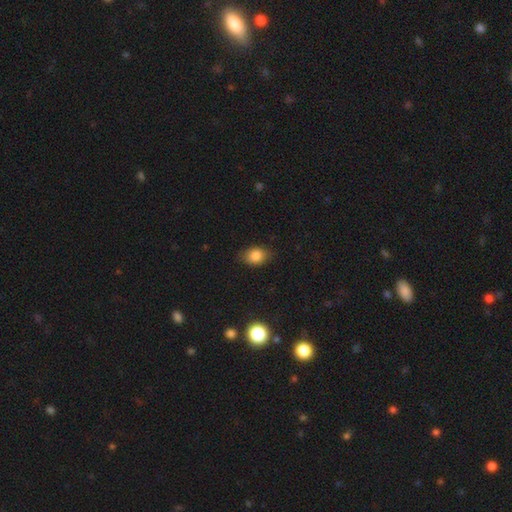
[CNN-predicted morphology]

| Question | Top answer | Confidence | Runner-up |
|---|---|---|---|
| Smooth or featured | smooth | 83% | star or artifact (10%) |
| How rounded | in between | 71% | round (28%) |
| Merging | none | 80% | minor disturbance (15%) |